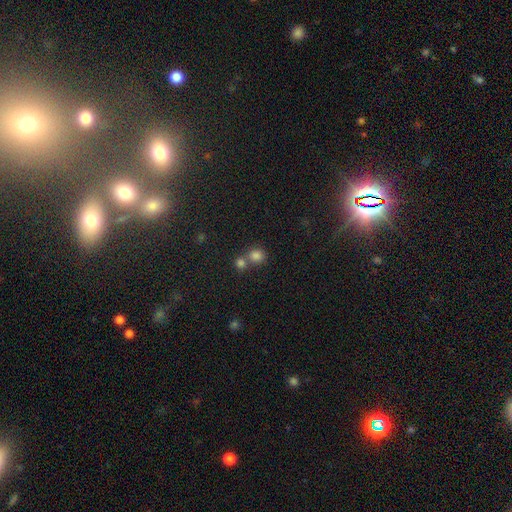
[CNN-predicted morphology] A smooth galaxy with no disk features (81%) that is round (84%). Merging: none (49%).